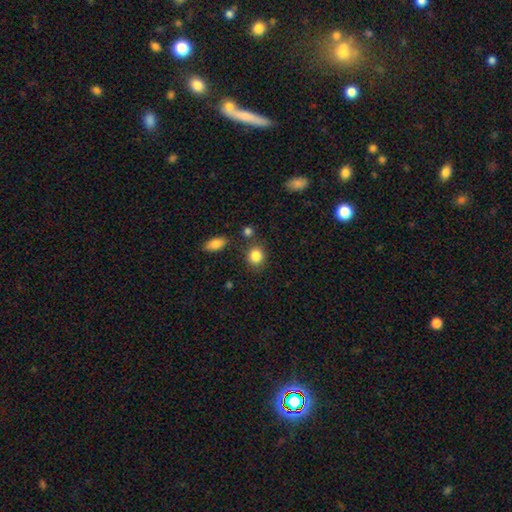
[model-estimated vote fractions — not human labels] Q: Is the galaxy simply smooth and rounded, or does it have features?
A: smooth — 86%.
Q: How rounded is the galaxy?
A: round — 74%.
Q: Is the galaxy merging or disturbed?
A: none — 76%.